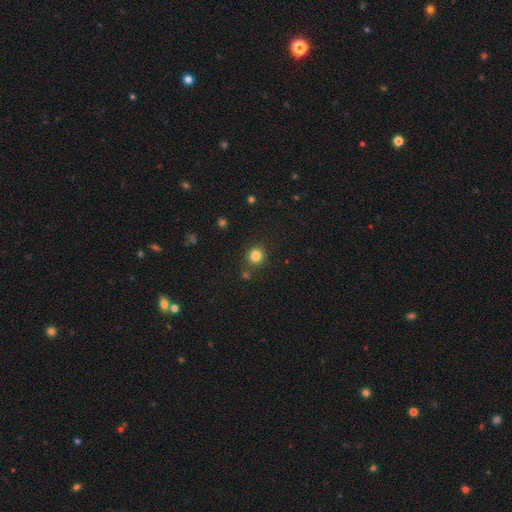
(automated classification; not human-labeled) Smooth or featured? Predicted: smooth (p=0.82). How rounded? Predicted: round (p=0.92). Merging? Predicted: none (p=0.85).